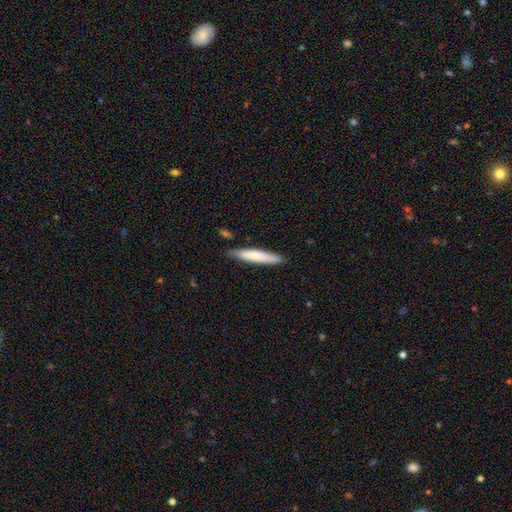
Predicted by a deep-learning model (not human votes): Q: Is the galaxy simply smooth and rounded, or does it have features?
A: smooth — 71%.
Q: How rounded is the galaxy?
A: cigar-shaped — 90%.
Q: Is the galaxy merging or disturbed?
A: none — 82%.